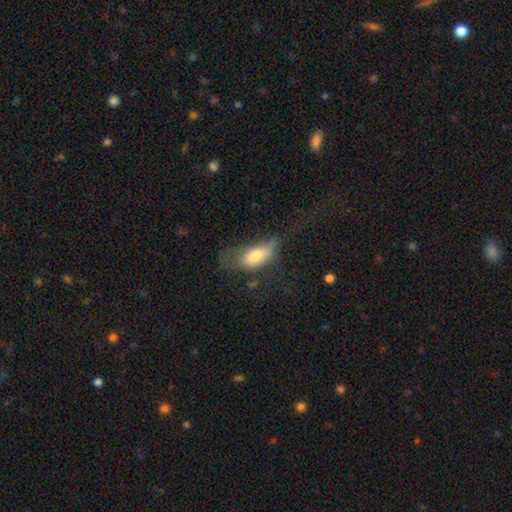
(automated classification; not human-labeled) This is likely a smooth galaxy (69%). How rounded: clearly in between (86%). Merging: marginally major disturbance (39%).